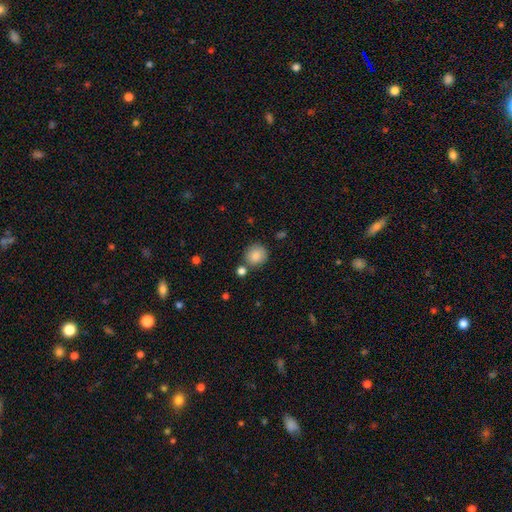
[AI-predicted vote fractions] Smooth or featured?
  - smooth: 86% *
  - star or artifact: 8%
  - featured or disk: 5%
How rounded?
  - round: 90% *
  - in between: 9%
  - cigar-shaped: 1%
Merging?
  - none: 78% *
  - minor disturbance: 11%
  - merger: 9%
  - major disturbance: 3%